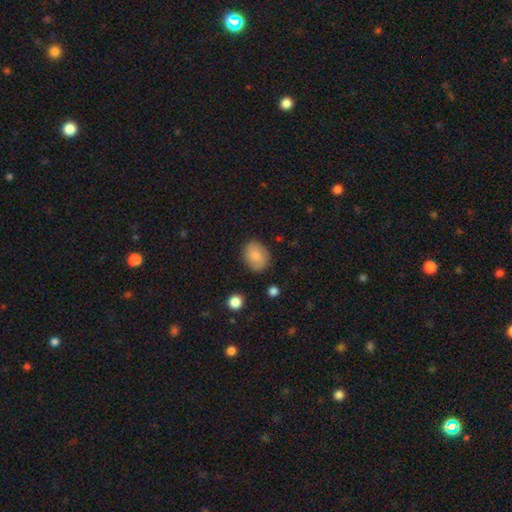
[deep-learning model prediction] Overall: smooth (77%). How rounded: in between (61%; round 38%). Merging: none (78%).